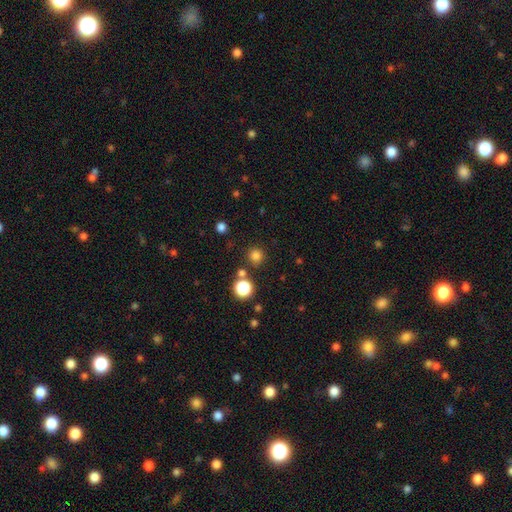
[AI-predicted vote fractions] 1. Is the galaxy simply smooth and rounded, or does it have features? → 79% smooth, 17% star or artifact, 4% featured or disk.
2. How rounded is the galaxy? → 95% round, 4% in between, 1% cigar-shaped.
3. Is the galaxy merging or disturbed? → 85% none, 6% merger, 6% minor disturbance, 3% major disturbance.